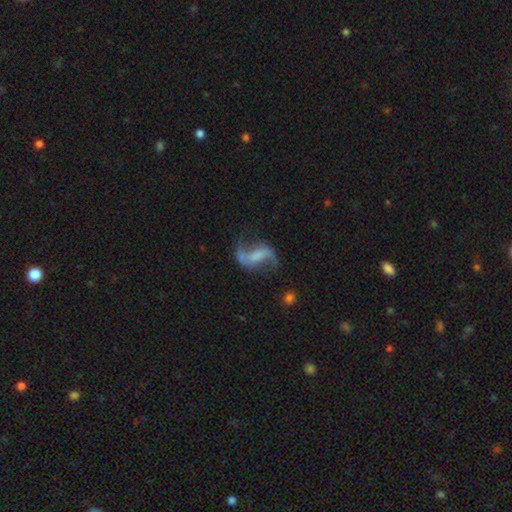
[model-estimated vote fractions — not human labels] This appears to be a featured or disk galaxy (85%) with a weak bar (40%), 2 (92%) loose (78%) spiral arms (95%) and no central bulge (46%). Merging: none (68%).